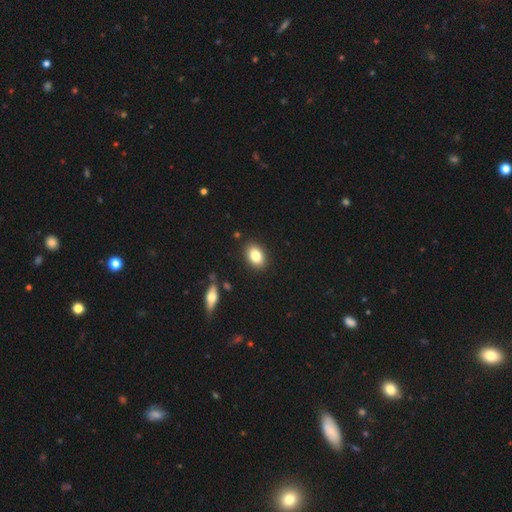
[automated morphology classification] This appears to be a smooth galaxy with no disk features (83%) that is in between round and cigar-shaped (83%). Merging: none (88%).